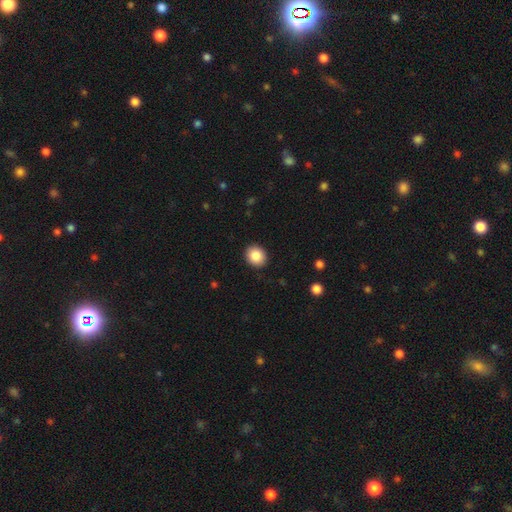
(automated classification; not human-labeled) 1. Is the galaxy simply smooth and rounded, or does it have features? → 87% smooth, 8% star or artifact, 5% featured or disk.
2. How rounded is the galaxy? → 68% round, 32% in between, 1% cigar-shaped.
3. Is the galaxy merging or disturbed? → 91% none, 7% minor disturbance, 2% major disturbance, 1% merger.